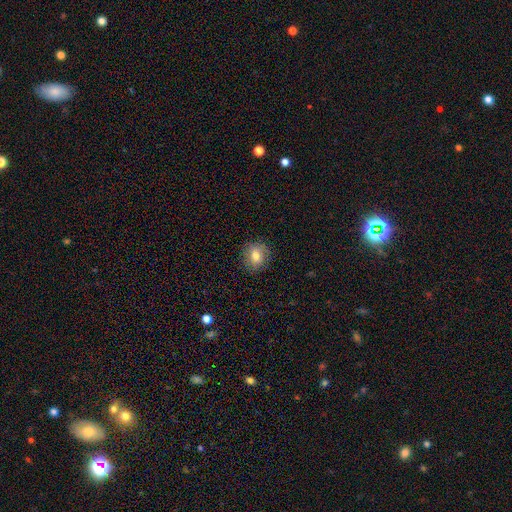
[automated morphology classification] Overall: smooth (76%). How rounded: round (77%). Merging: none (85%).